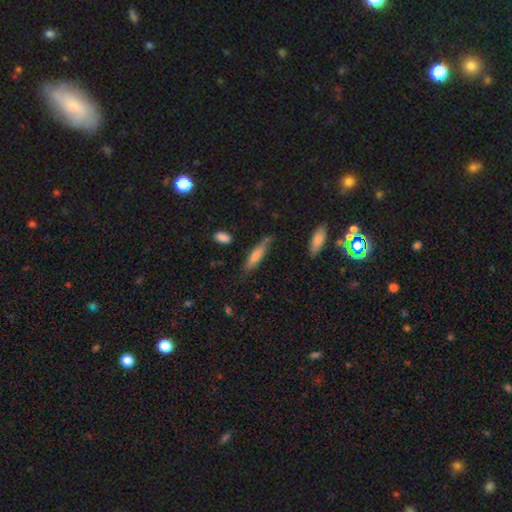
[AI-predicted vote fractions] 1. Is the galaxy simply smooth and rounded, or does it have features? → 71% smooth, 22% featured or disk, 8% star or artifact.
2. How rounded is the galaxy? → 71% cigar-shaped, 27% in between, 2% round.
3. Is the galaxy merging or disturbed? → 68% none, 24% minor disturbance, 5% major disturbance, 3% merger.